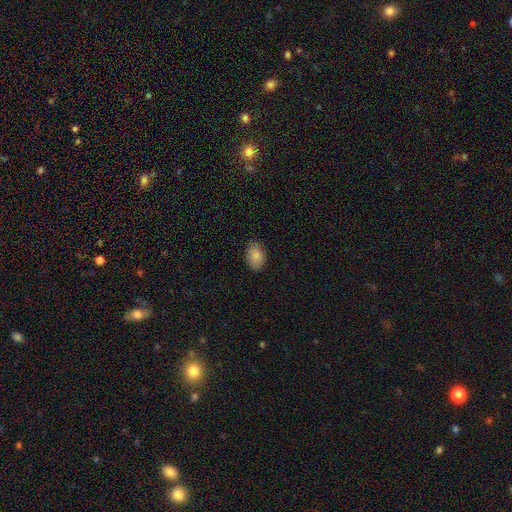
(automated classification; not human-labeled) The model was most divided on "merging": none: 86%, minor disturbance: 11%, major disturbance: 2%, merger: 1%. More confident: how rounded — in between (88%); smooth or featured — smooth (86%).